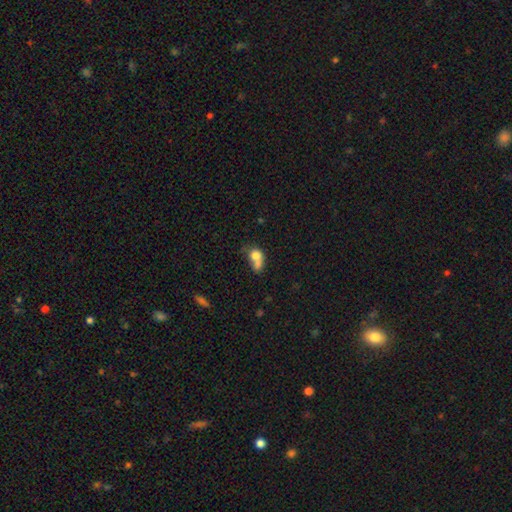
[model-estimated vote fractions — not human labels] This is likely a smooth galaxy (72%). How rounded: possibly in between (49%, tied with round). Merging: possibly merger (55%).